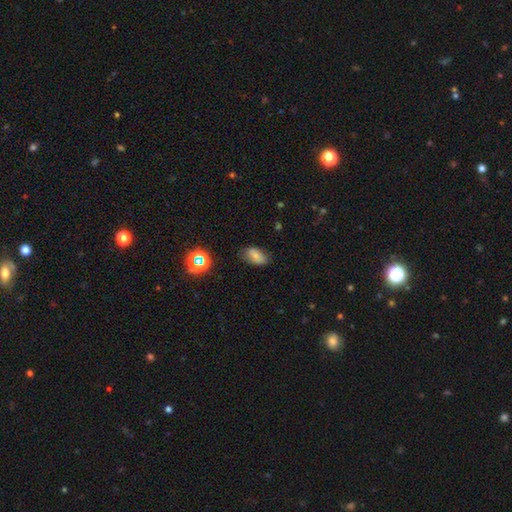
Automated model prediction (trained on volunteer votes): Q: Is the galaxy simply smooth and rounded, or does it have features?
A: smooth — 70%.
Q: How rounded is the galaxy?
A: in between — 89%.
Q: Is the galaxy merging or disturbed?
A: none — 71%.